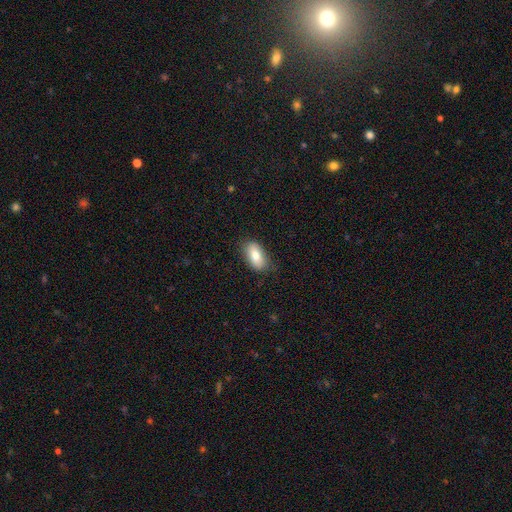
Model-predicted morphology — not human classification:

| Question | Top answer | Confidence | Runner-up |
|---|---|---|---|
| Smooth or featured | smooth | 80% | featured or disk (13%) |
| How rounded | in between | 91% | cigar-shaped (5%) |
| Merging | none | 81% | minor disturbance (15%) |